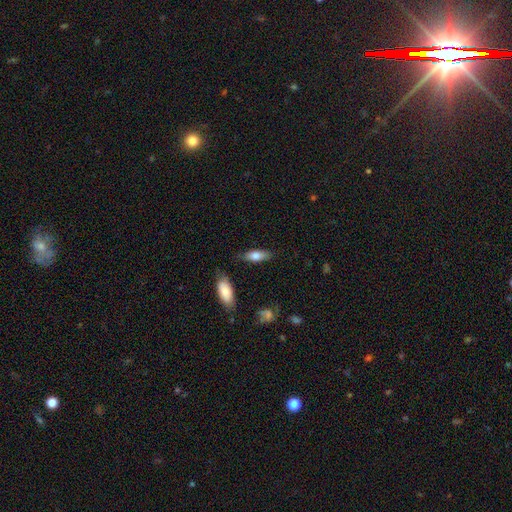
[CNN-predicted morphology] Smooth or featured? smooth (74%)
How rounded? in between (68%)
Merging? none (77%)